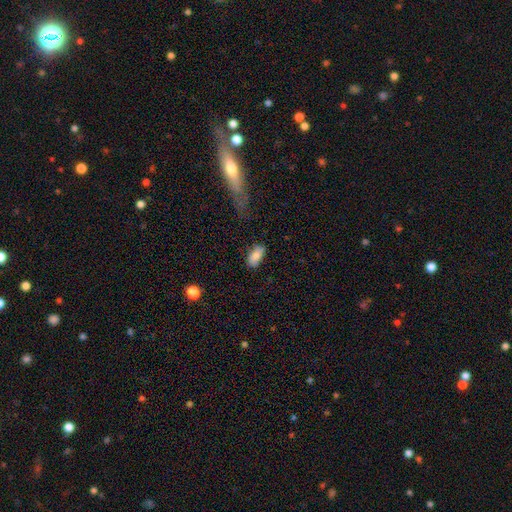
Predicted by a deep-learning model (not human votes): smooth 85%, featured or disk 8%, star or artifact 7%. Down the decision tree: how rounded — in between (90%); merging — none (73%).